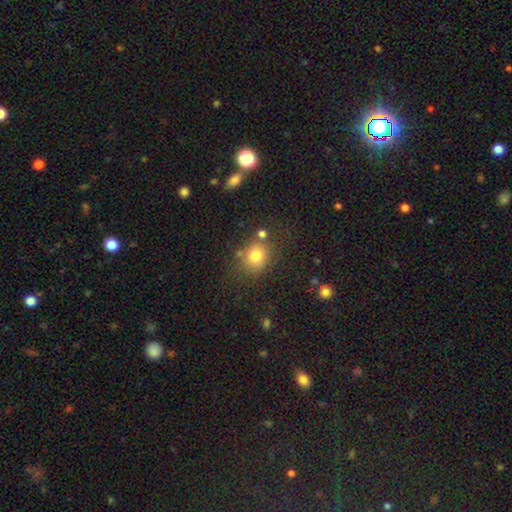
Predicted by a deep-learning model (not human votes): Smooth or featured? Predicted: smooth (p=0.77). How rounded? Predicted: round (p=0.75). Merging? Predicted: none (p=0.71).